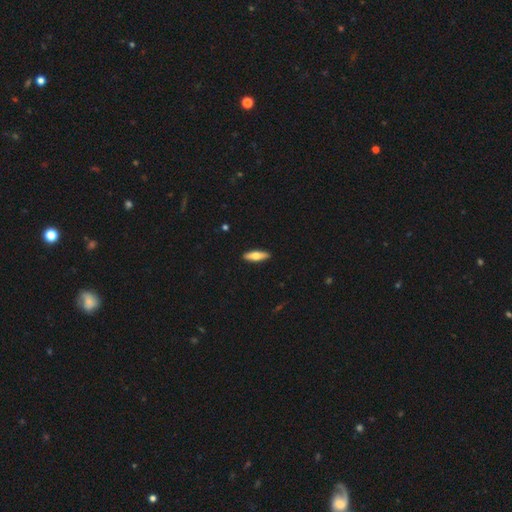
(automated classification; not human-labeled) smooth-or-featured: smooth: 60% | featured or disk: 34% | star or artifact: 5%
  how-rounded: cigar-shaped: 56% | in between: 42% | round: 2%
  merging: none: 91% | minor disturbance: 7% | major disturbance: 1% | merger: 1%